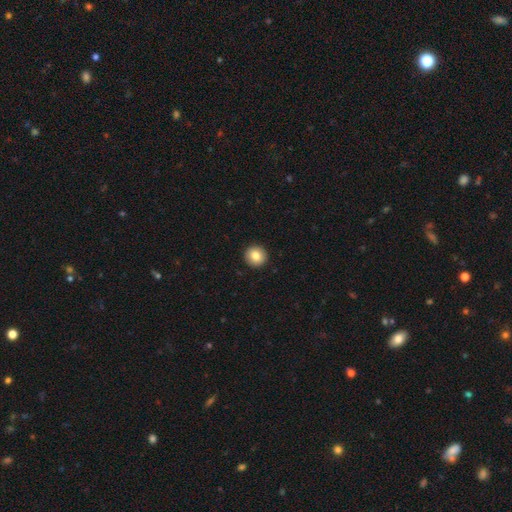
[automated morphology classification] The model was most divided on "smooth or featured": smooth: 84%, star or artifact: 8%, featured or disk: 8%. More confident: how rounded — round (95%); merging — none (94%).